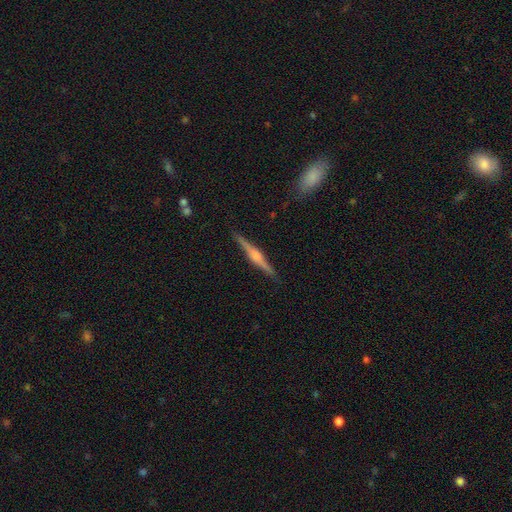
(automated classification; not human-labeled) Smooth or featured? Predicted: featured or disk (p=0.78). Edge-on disk? Predicted: yes (p=0.98). Edge-on bulge? Predicted: rounded (p=0.81). Merging? Predicted: none (p=0.90).